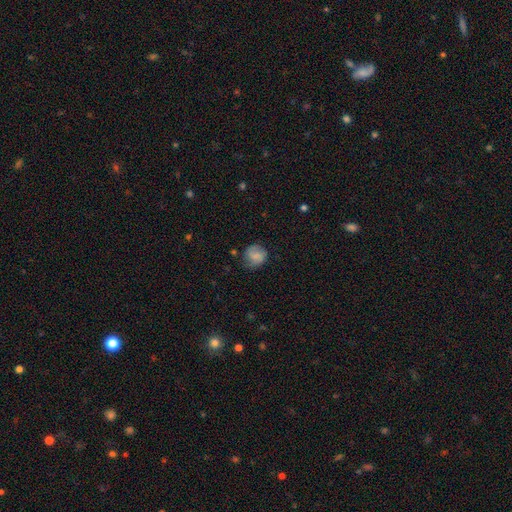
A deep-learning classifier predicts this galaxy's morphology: Overall: smooth (65%; featured or disk 27%). How rounded: round (78%). Merging: none (63%; minor disturbance 26%).